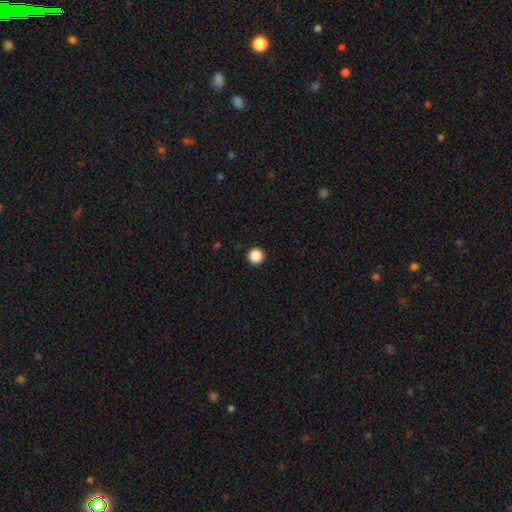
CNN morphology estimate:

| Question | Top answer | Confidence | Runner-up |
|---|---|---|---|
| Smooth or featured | smooth | 88% | star or artifact (10%) |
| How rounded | round | 97% | in between (2%) |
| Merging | none | 94% | minor disturbance (4%) |